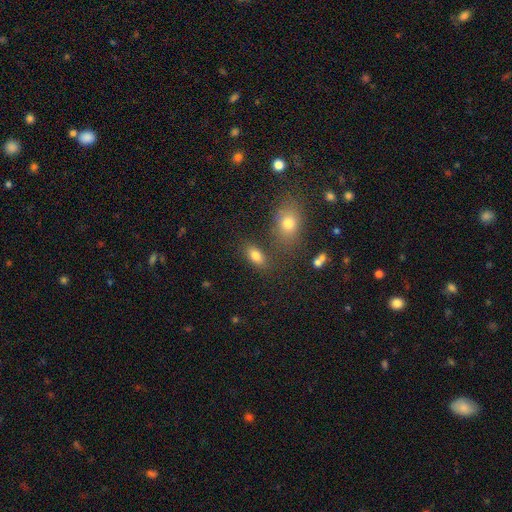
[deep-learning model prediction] A smooth galaxy with no disk features (81%) that is in between round and cigar-shaped (86%).

Vote fractions:
- Smooth or featured? smooth: 81% / star or artifact: 11% / featured or disk: 8%
- How rounded? in between: 86% / round: 9% / cigar-shaped: 4%
- Merging? none: 74% / minor disturbance: 12% / merger: 10% / major disturbance: 4%